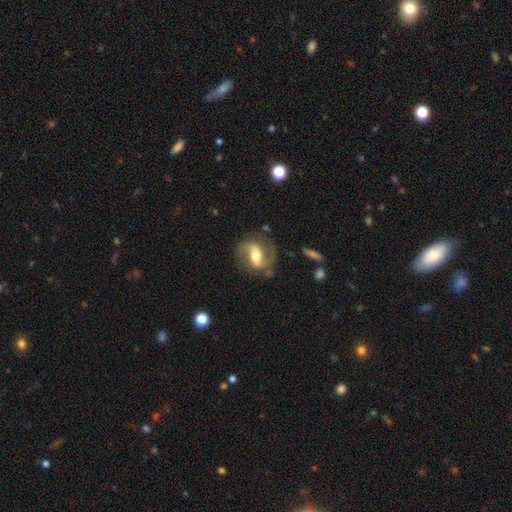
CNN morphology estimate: Smooth or featured?
  - featured or disk: 79% *
  - smooth: 15%
  - star or artifact: 6%
Edge-on disk?
  - no: 95% *
  - yes: 5%
Bar?
  - strong: 45% *
  - weak: 37%
  - no: 18%
Spiral arms?
  - yes: 91% *
  - no: 9%
Spiral winding?
  - medium: 48% *
  - loose: 36%
  - tight: 16%
Spiral arm count?
  - 2: 88% *
  - can't tell: 5%
  - 1: 4%
  - 3: 1%
  - 4: 1%
  - more than 4: 1%
Bulge size?
  - moderate: 66% *
  - large: 16%
  - small: 15%
  - dominant: 2%
  - none: 1%
Merging?
  - none: 72% *
  - minor disturbance: 16%
  - major disturbance: 9%
  - merger: 3%